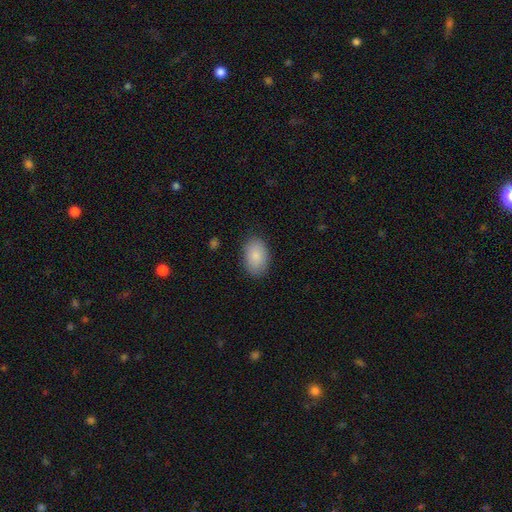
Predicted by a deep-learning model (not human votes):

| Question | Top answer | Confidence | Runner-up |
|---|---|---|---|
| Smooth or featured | smooth | 86% | featured or disk (8%) |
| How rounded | in between | 89% | round (10%) |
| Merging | none | 86% | minor disturbance (11%) |